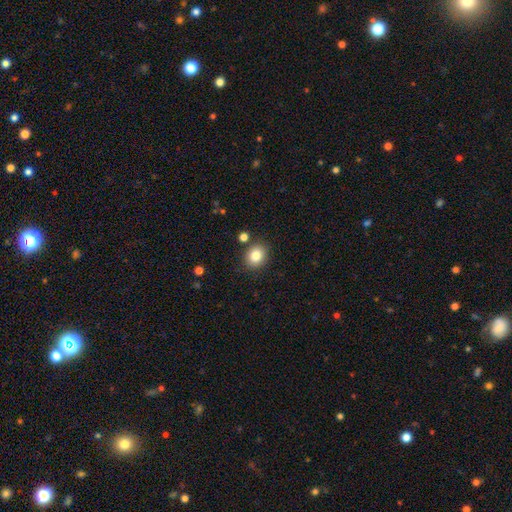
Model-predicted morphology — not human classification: Q: Smooth or featured?
A: smooth (83%); runner-up: star or artifact (10%)
Q: How rounded?
A: round (57%); runner-up: in between (42%)
Q: Merging?
A: none (84%); runner-up: minor disturbance (9%)